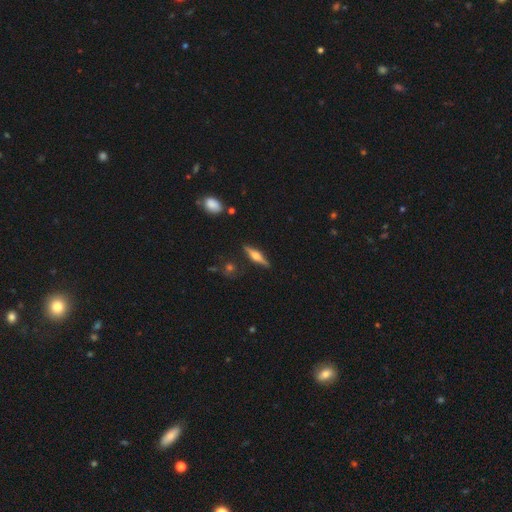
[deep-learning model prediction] A featured or disk galaxy (72%) viewed edge-on (97%) with a rounded central bulge (92%). Merging: none (88%).